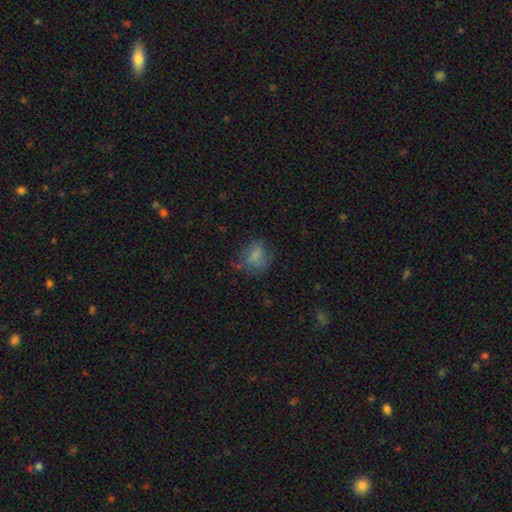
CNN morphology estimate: Smooth or featured? Predicted: smooth (p=0.69). How rounded? Predicted: round (p=0.57). Merging? Predicted: none (p=0.55).